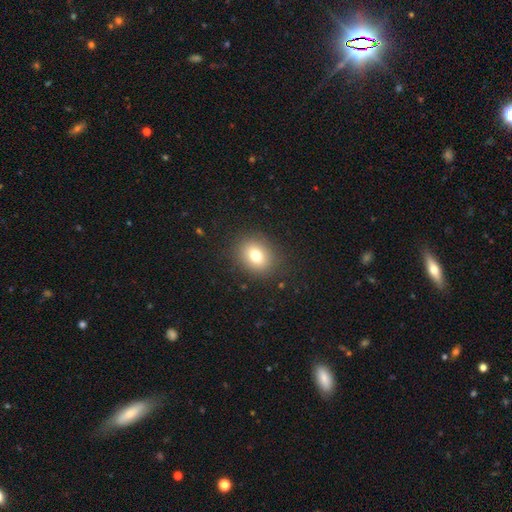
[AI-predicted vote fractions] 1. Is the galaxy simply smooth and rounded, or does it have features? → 76% smooth, 12% star or artifact, 12% featured or disk.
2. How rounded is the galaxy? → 57% round, 42% in between, 1% cigar-shaped.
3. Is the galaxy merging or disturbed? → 87% none, 8% minor disturbance, 4% major disturbance, 1% merger.